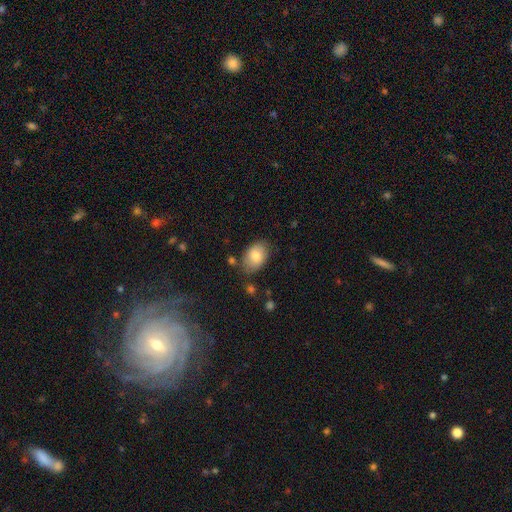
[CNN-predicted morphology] Smooth or featured? Predicted: smooth (p=0.81). How rounded? Predicted: in between (p=0.85). Merging? Predicted: none (p=0.75).